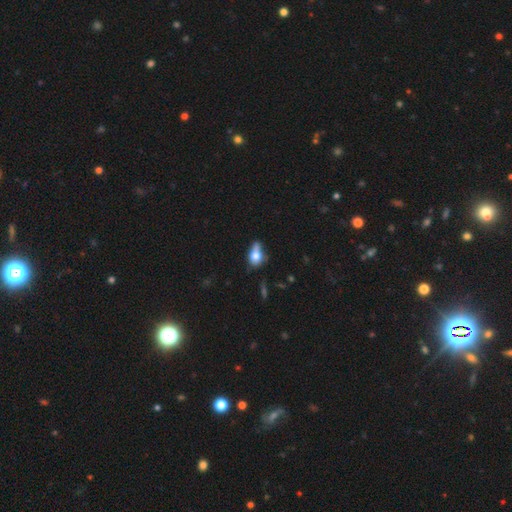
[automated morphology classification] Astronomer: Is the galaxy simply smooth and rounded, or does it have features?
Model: smooth — 70%.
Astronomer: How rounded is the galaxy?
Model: in between — 67%.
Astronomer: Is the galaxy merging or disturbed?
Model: none — 30%, tied with minor disturbance at 30%.